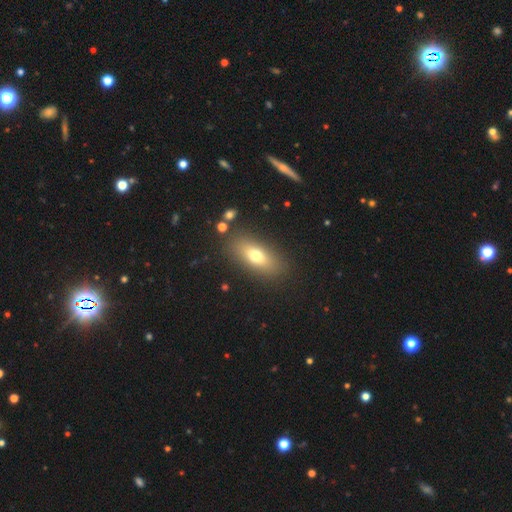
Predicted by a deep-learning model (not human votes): The model was most divided on "smooth or featured": smooth: 70%, featured or disk: 20%, star or artifact: 10%. More confident: merging — none (84%); how rounded — in between (75%).